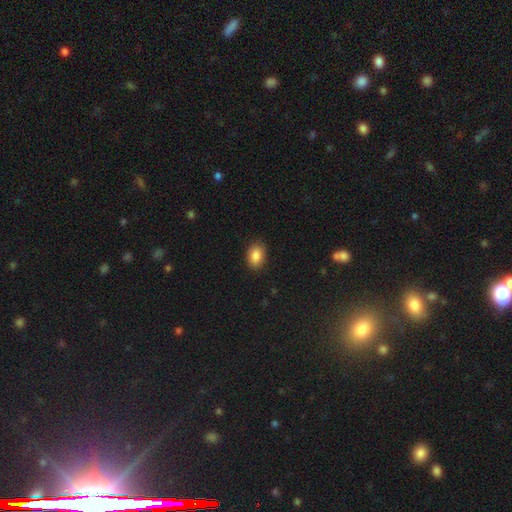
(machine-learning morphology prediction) Overall: smooth (87%). How rounded: in between (82%). Merging: none (88%).